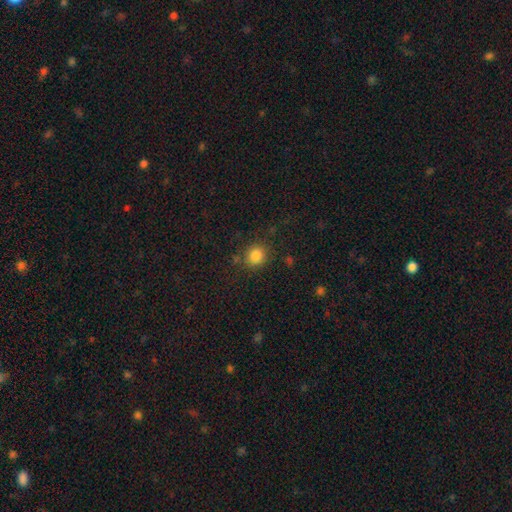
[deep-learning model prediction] Smooth or featured?
  - smooth: 84% *
  - star or artifact: 11%
  - featured or disk: 5%
How rounded?
  - round: 86% *
  - in between: 13%
  - cigar-shaped: 1%
Merging?
  - none: 82% *
  - minor disturbance: 10%
  - major disturbance: 4%
  - merger: 4%